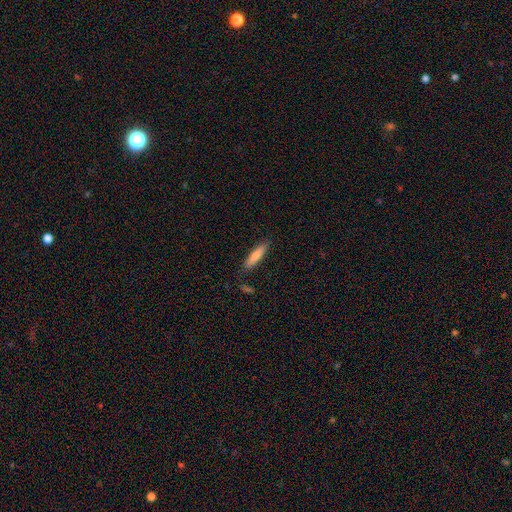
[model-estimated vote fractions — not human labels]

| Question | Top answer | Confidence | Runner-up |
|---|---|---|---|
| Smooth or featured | smooth | 78% | featured or disk (16%) |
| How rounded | cigar-shaped | 80% | in between (19%) |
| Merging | none | 84% | minor disturbance (11%) |